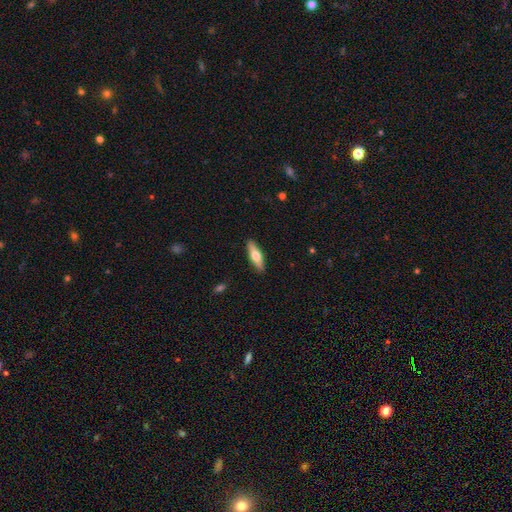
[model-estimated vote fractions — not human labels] Smooth or featured?
  - smooth: 62% *
  - featured or disk: 32%
  - star or artifact: 6%
How rounded?
  - cigar-shaped: 56% *
  - in between: 42%
  - round: 2%
Merging?
  - none: 89% *
  - minor disturbance: 8%
  - major disturbance: 2%
  - merger: 1%